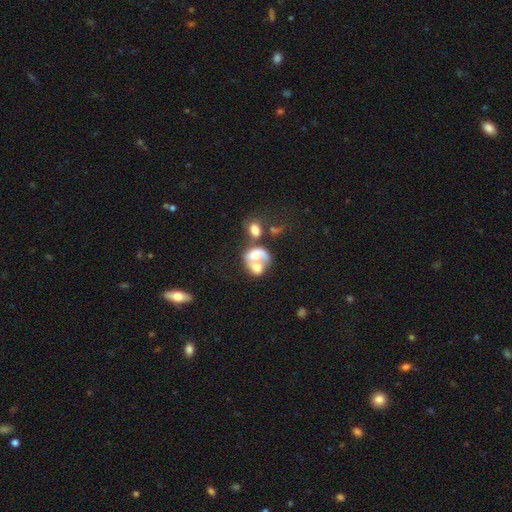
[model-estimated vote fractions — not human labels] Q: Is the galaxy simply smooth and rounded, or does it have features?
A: featured or disk — 46%.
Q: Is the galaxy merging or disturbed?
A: merger — 71%.